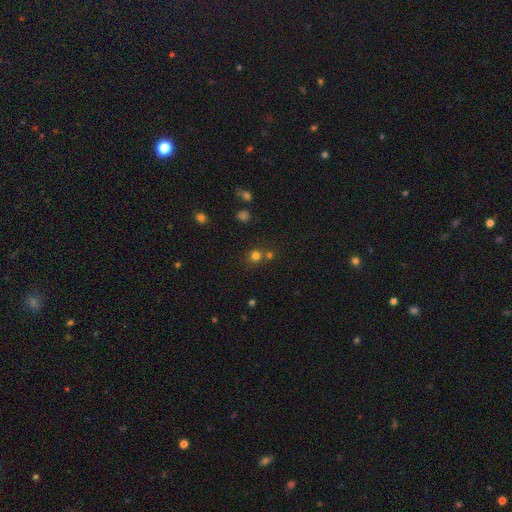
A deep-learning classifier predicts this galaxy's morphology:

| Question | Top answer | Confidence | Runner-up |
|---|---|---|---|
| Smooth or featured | smooth | 74% | star or artifact (19%) |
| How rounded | round | 87% | in between (12%) |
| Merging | none | 65% | merger (24%) |